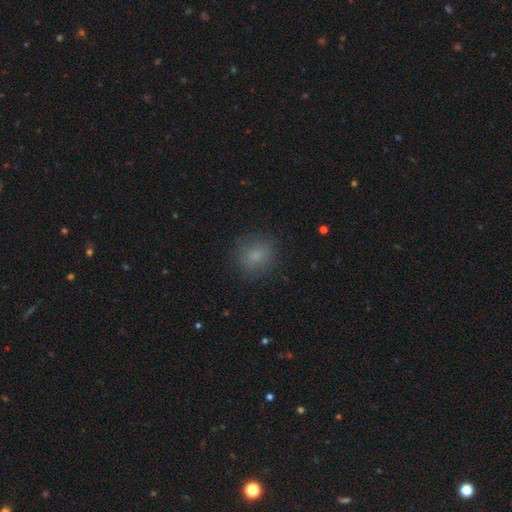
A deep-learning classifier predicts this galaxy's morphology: This is likely a smooth galaxy (80%). How rounded: clearly round (84%). Merging: clearly none (84%).